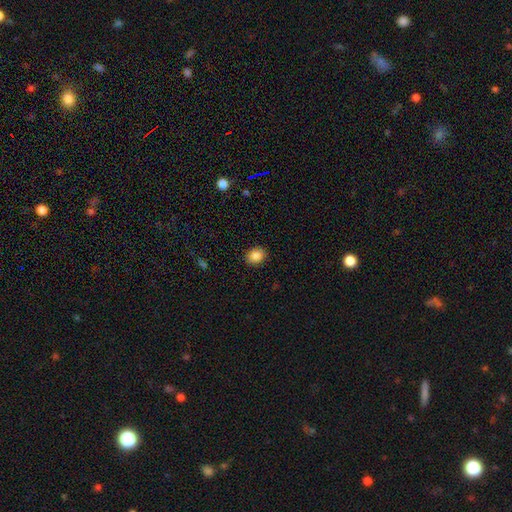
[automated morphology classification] Smooth or featured? Predicted: smooth (p=0.88). How rounded? Predicted: in between (p=0.52). Merging? Predicted: none (p=0.90).